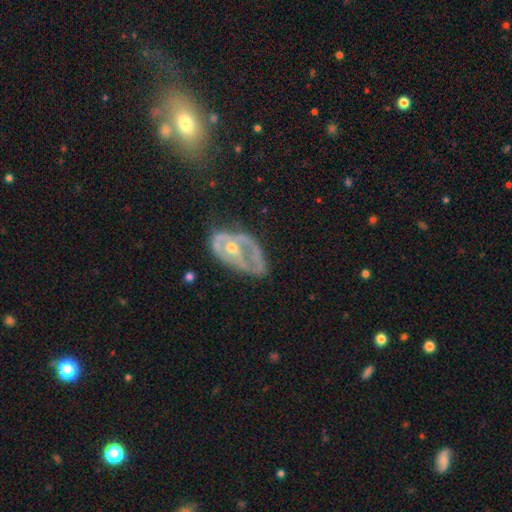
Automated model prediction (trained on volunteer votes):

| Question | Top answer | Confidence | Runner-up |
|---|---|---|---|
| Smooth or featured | featured or disk | 73% | smooth (20%) |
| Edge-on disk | no | 93% | yes (7%) |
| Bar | no | 61% | weak (25%) |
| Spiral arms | no | 53% | yes (47%) |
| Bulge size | moderate | 57% | small (38%) |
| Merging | none | 35% | major disturbance (33%) |